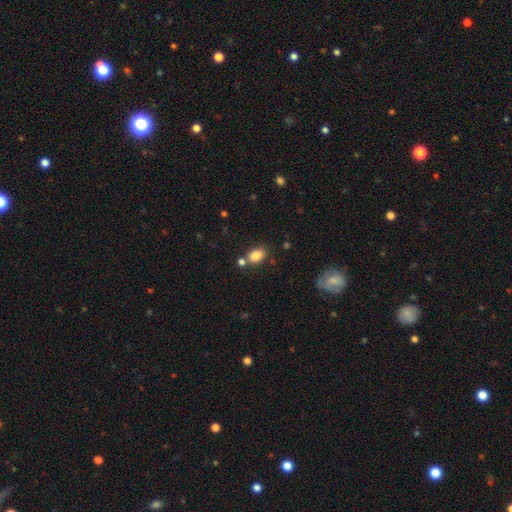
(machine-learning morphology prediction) Q: Smooth or featured?
A: smooth (84%); runner-up: star or artifact (9%)
Q: How rounded?
A: in between (82%); runner-up: round (17%)
Q: Merging?
A: none (69%); runner-up: merger (16%)